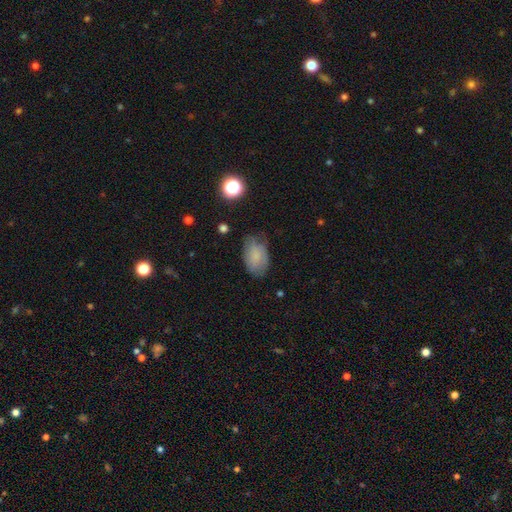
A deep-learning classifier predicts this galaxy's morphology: Q: Smooth or featured?
A: smooth (76%); runner-up: featured or disk (16%)
Q: How rounded?
A: in between (89%); runner-up: round (10%)
Q: Merging?
A: none (61%); runner-up: minor disturbance (29%)